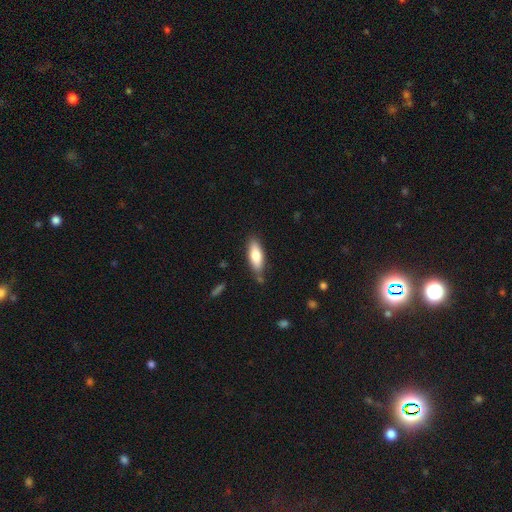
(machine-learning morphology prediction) smooth 75%, featured or disk 19%, star or artifact 6%. Down the decision tree: how rounded — in between (62%); merging — none (77%).